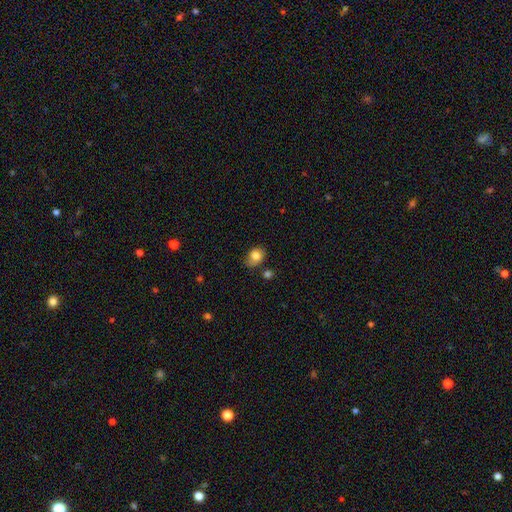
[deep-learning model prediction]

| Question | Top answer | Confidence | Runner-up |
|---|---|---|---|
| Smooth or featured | smooth | 81% | featured or disk (10%) |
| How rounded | in between | 60% | round (39%) |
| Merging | none | 62% | minor disturbance (27%) |